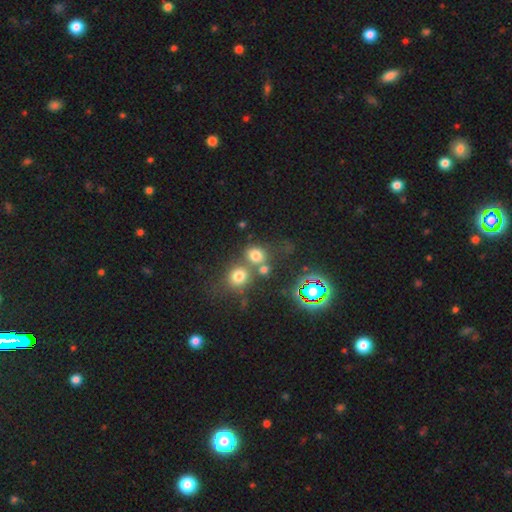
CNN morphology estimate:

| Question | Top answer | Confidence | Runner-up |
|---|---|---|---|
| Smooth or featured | smooth | 68% | star or artifact (22%) |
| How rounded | round | 73% | in between (26%) |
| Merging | none | 51% | merger (33%) |